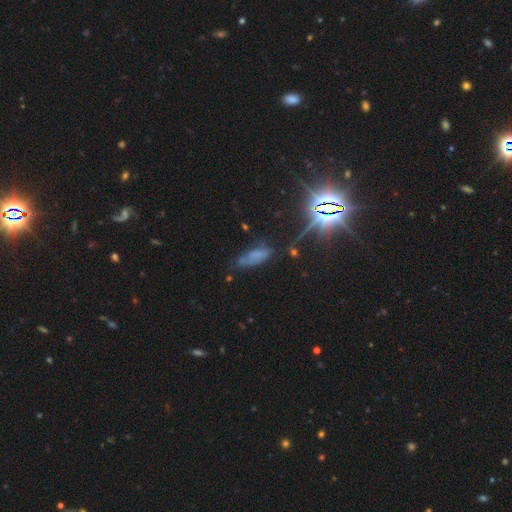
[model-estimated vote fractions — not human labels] Q: Smooth or featured?
A: smooth (43%); runner-up: star or artifact (34%)
Q: Merging?
A: none (48%); runner-up: minor disturbance (29%)